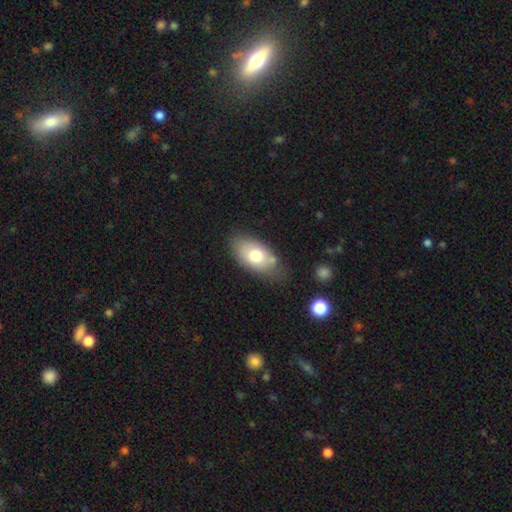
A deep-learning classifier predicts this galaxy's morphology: Smooth or featured? Predicted: smooth (p=0.73). How rounded? Predicted: in between (p=0.91). Merging? Predicted: none (p=0.66).